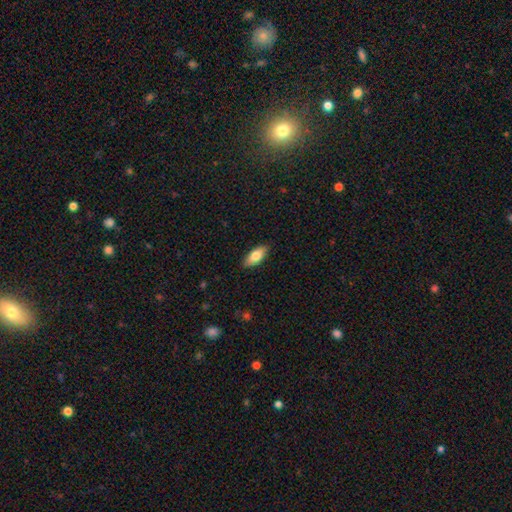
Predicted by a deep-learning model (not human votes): The model was most divided on "smooth or featured": smooth: 78%, featured or disk: 16%, star or artifact: 6%. More confident: merging — none (89%); how rounded — in between (84%).